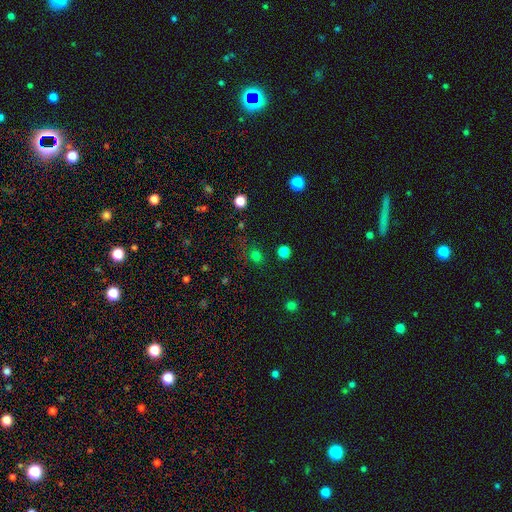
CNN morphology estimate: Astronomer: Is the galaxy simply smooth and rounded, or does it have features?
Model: smooth — 71%.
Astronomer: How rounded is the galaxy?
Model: round — 84%.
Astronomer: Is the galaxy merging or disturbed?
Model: none — 79%.